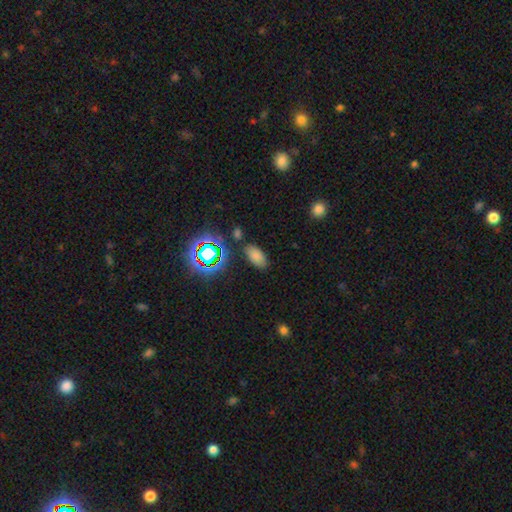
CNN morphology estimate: type=smooth (74%); roundness=in between (92%); merging=none (81%).